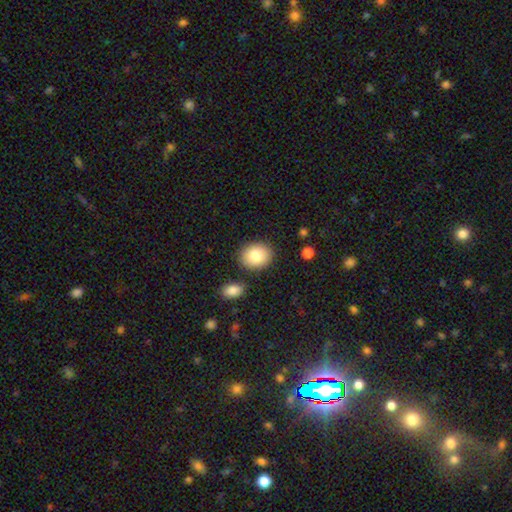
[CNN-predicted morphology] Smooth or featured?
  - smooth: 84% *
  - featured or disk: 9%
  - star or artifact: 8%
How rounded?
  - round: 52% *
  - in between: 47%
  - cigar-shaped: 1%
Merging?
  - none: 83% *
  - minor disturbance: 10%
  - merger: 5%
  - major disturbance: 3%